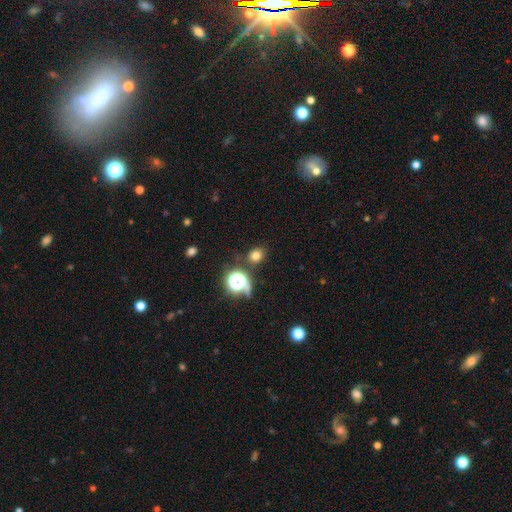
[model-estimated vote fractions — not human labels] Morphology: type=smooth (71%); roundness=round (60%); merging=none (81%).